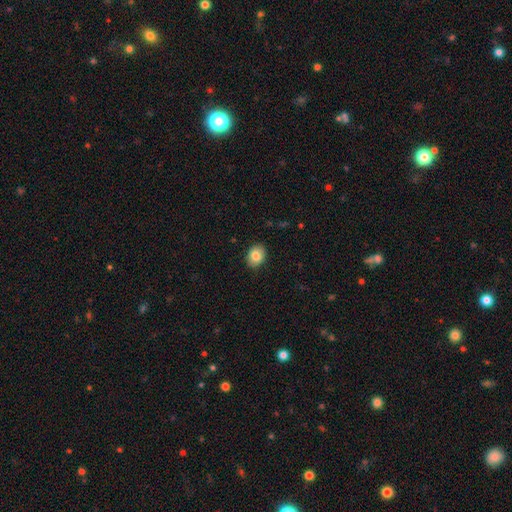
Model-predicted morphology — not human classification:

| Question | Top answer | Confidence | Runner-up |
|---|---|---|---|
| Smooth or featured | smooth | 83% | featured or disk (9%) |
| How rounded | in between | 66% | round (33%) |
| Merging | none | 88% | minor disturbance (9%) |